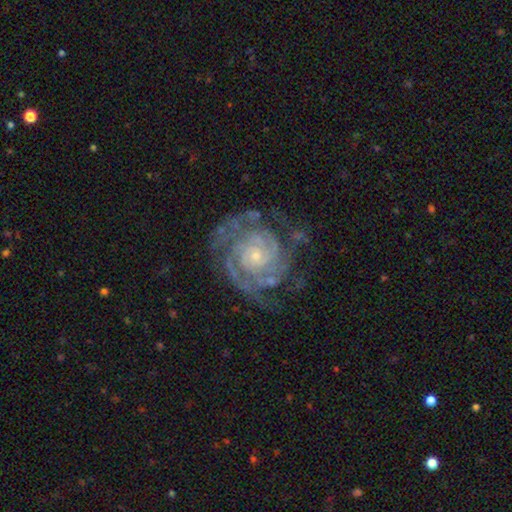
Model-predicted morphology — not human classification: Smooth or featured? Predicted: featured or disk (p=0.89). Edge-on disk? Predicted: no (p=0.98). Bar? Predicted: no (p=0.78). Spiral arms? Predicted: yes (p=0.97). Spiral winding? Predicted: tight (p=0.76). Spiral arm count? Predicted: 2 (p=0.28). Bulge size? Predicted: small (p=0.79). Merging? Predicted: none (p=0.69).